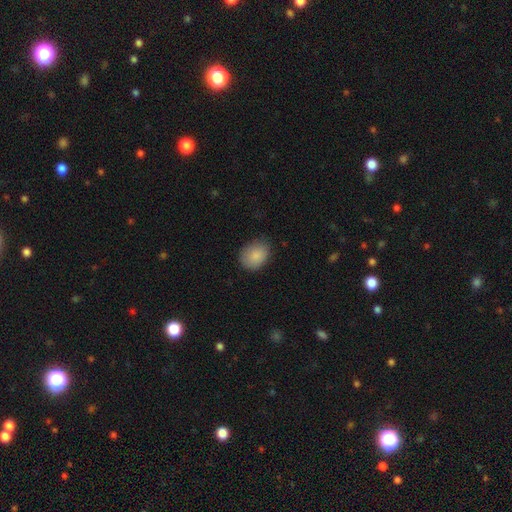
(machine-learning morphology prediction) type=smooth (87%); roundness=in between (55%); merging=none (77%).